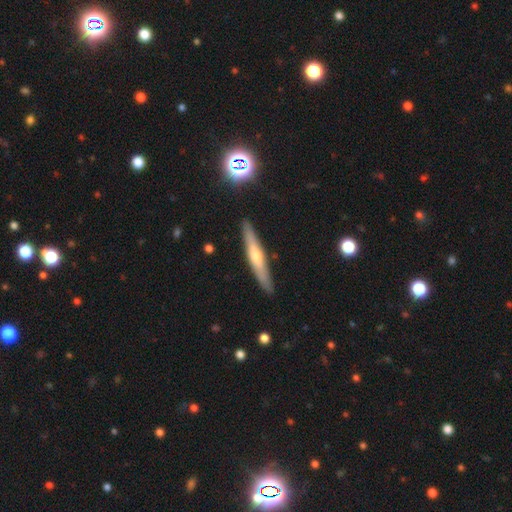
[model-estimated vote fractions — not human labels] This is possibly a featured or disk galaxy (57%). It is clearly viewed edge-on (93%). Edge-on bulge: clearly rounded (81%). Merging: clearly none (90%).